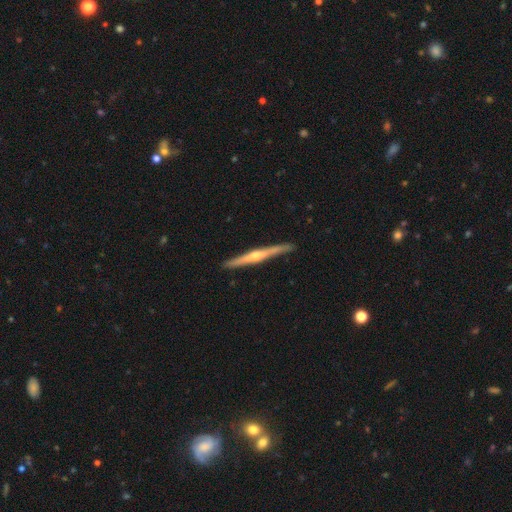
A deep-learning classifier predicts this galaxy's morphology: The model was most divided on "smooth or featured": featured or disk: 77%, smooth: 18%, star or artifact: 5%. More confident: edge-on disk — yes (98%); merging — none (90%); edge-on bulge — rounded (85%).